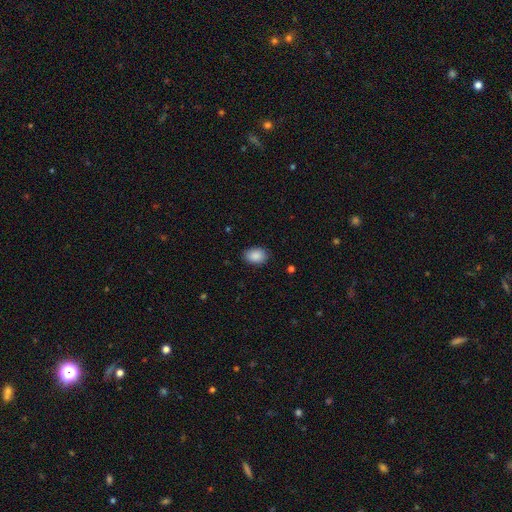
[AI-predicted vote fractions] Morphology: type=smooth (89%); roundness=in between (80%); merging=none (86%).